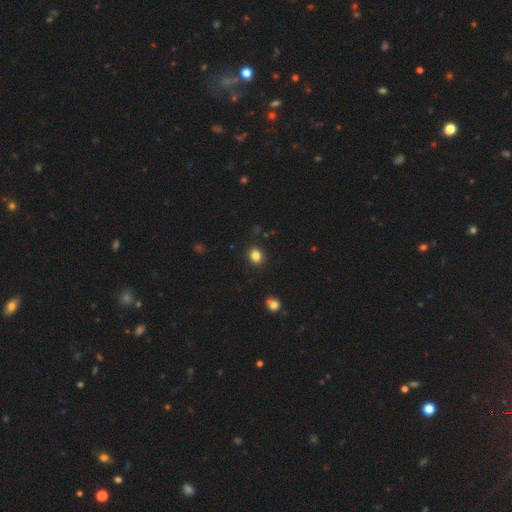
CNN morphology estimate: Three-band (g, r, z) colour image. It shows a smooth galaxy with no disk features (84%) that is round (76%). Merging: none (90%).